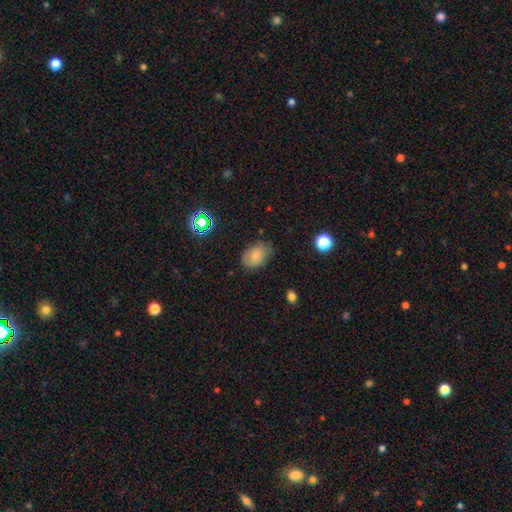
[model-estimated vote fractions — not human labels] Smooth or featured: smooth — 78% (featured or disk — 11%)
How rounded: in between — 84% (round — 15%)
Merging: none — 74% (minor disturbance — 20%)